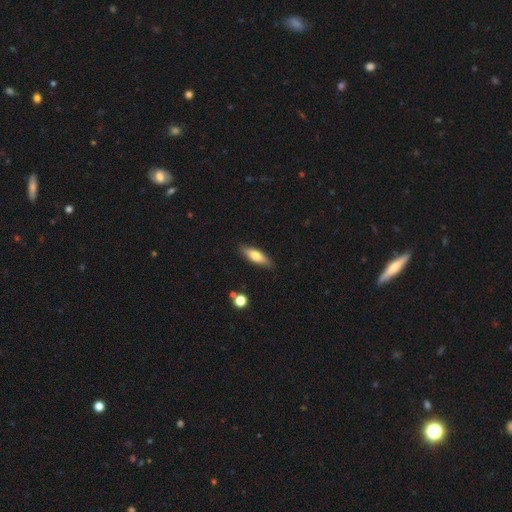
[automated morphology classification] A smooth galaxy with no disk features (65%) that is cigar-shaped (51%). Merging: none (87%).